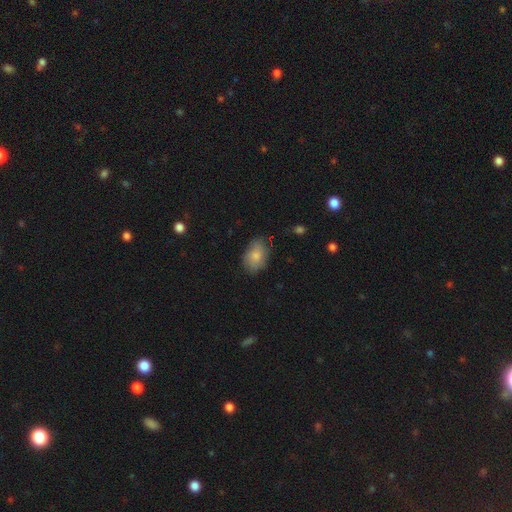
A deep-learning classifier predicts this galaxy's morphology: Smooth or featured? smooth (82%)
How rounded? in between (83%)
Merging? none (75%)